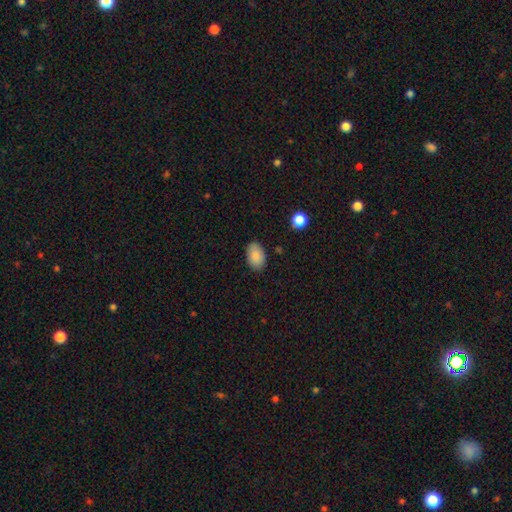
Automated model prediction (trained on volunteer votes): Smooth or featured? Predicted: smooth (p=0.86). How rounded? Predicted: in between (p=0.89). Merging? Predicted: none (p=0.85).